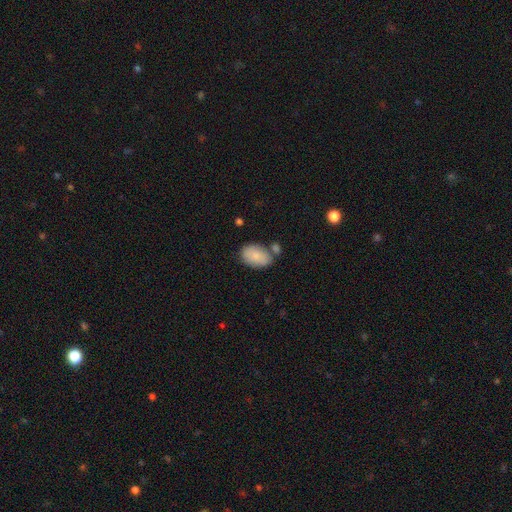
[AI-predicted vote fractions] smooth_or_featured: smooth (p=0.84) [alt: featured or disk p=0.10]
how_rounded: in between (p=0.91) [alt: round p=0.08]
merging: none (p=0.63) [alt: minor disturbance p=0.18]